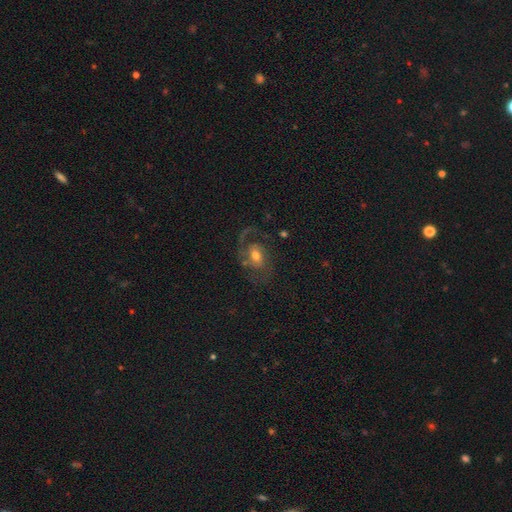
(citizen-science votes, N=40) A featured or disk galaxy (78%) with no bar (63%), 2 (77%) medium (47%) spiral arms (100%) and a moderate central bulge (70%). Merging: none (58%).